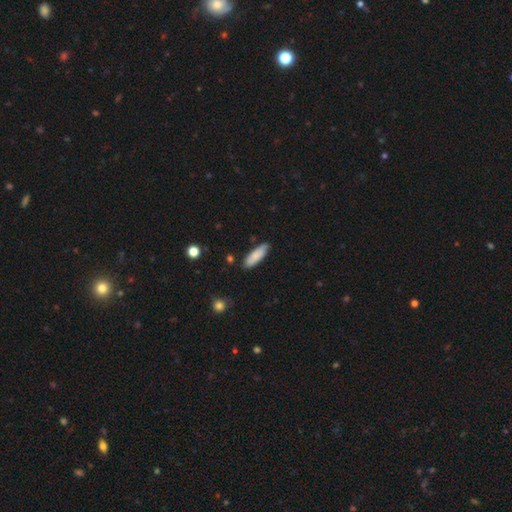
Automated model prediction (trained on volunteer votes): Smooth or featured: smooth — 83% (featured or disk — 11%)
How rounded: in between — 56% (cigar-shaped — 43%)
Merging: none — 80% (minor disturbance — 16%)